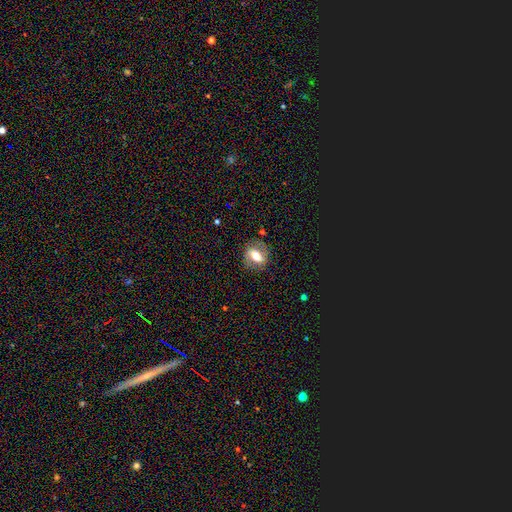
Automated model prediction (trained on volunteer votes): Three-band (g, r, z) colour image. It shows a featured or disk galaxy (53%). Merging: none (76%).